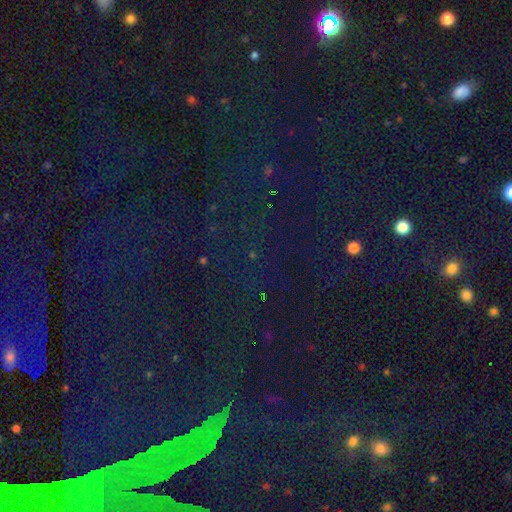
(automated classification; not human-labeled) Smooth or featured?
  - star or artifact: 80% *
  - smooth: 12%
  - featured or disk: 8%